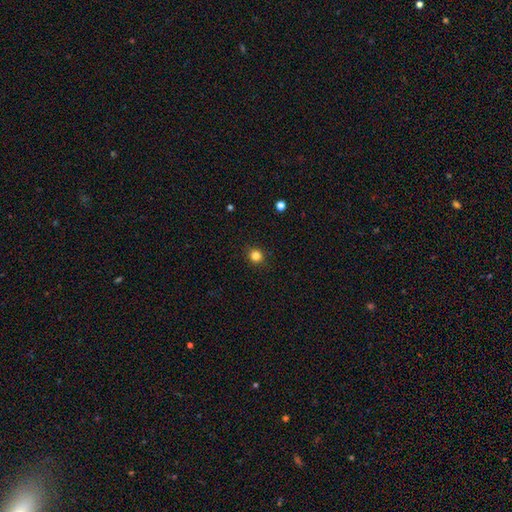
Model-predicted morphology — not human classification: This appears to be a smooth galaxy with no disk features (83%) that is round (91%). Merging: none (91%).